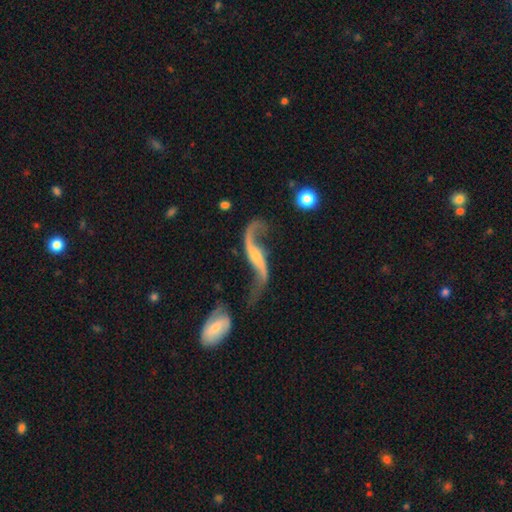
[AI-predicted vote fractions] Morphology: type=featured or disk (90%); edge-on=no (93%); bar=no (47%); spiral arms=yes (95%); winding=loose (94%); arm count=2 (91%); bulge=small (61%); merging=none (50%).